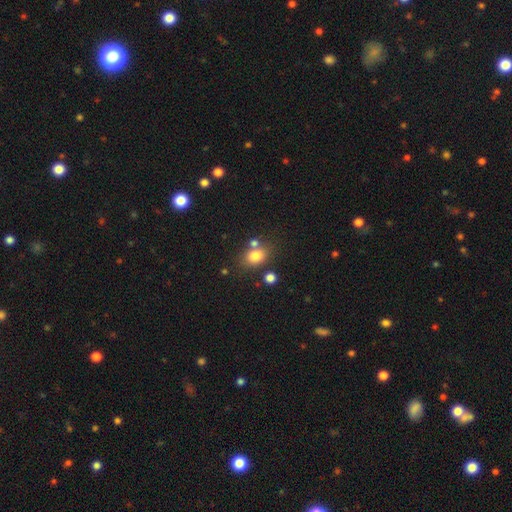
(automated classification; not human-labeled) Smooth or featured? Predicted: smooth (p=0.79). How rounded? Predicted: in between (p=0.63). Merging? Predicted: none (p=0.64).